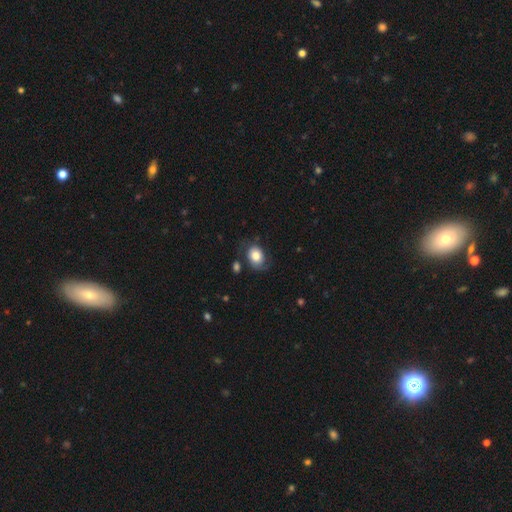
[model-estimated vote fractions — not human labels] Smooth or featured?
  - smooth: 72% *
  - featured or disk: 20%
  - star or artifact: 8%
How rounded?
  - in between: 59% *
  - round: 40%
  - cigar-shaped: 1%
Merging?
  - none: 61% *
  - minor disturbance: 24%
  - major disturbance: 11%
  - merger: 3%